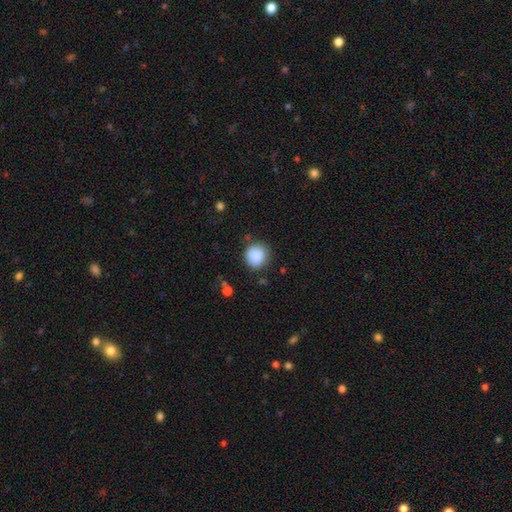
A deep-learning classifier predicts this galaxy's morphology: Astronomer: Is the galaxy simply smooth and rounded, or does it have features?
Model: smooth — 88%.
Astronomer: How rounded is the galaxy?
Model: round — 84%.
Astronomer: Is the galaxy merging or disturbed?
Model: none — 77%.